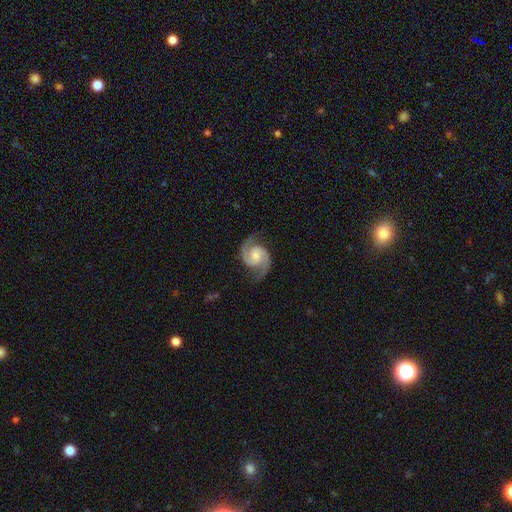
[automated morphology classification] smooth_or_featured: featured or disk (p=0.91) [alt: smooth p=0.04]
disk_edge_on: no (p=0.98) [alt: yes p=0.02]
bar: no (p=0.60) [alt: weak p=0.33]
has_spiral_arms: yes (p=0.98) [alt: no p=0.02]
spiral_winding: medium (p=0.59) [alt: tight p=0.25]
spiral_arm_count: 2 (p=0.94) [alt: can't tell p=0.01]
bulge_size: moderate (p=0.50) [alt: small p=0.34]
merging: none (p=0.81) [alt: minor disturbance p=0.13]